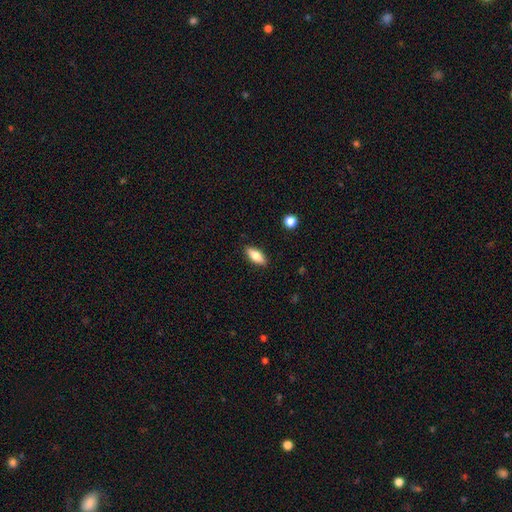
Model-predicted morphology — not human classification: Smooth or featured: smooth — 78% (featured or disk — 16%)
How rounded: in between — 78% (cigar-shaped — 19%)
Merging: none — 88% (minor disturbance — 9%)